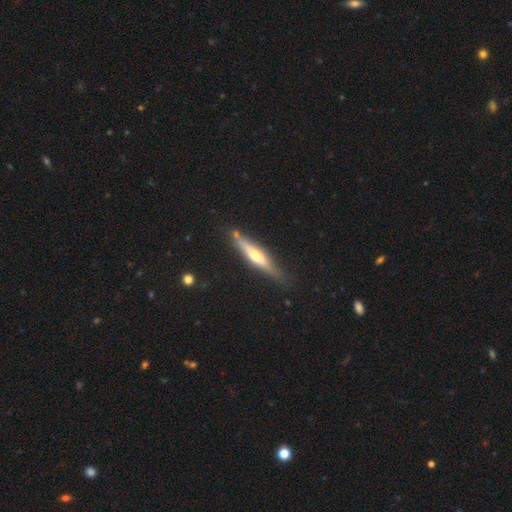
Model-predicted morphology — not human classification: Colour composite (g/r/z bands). It shows a featured or disk galaxy (61%) viewed edge-on (94%) with a rounded central bulge (86%). Merging: none (78%).